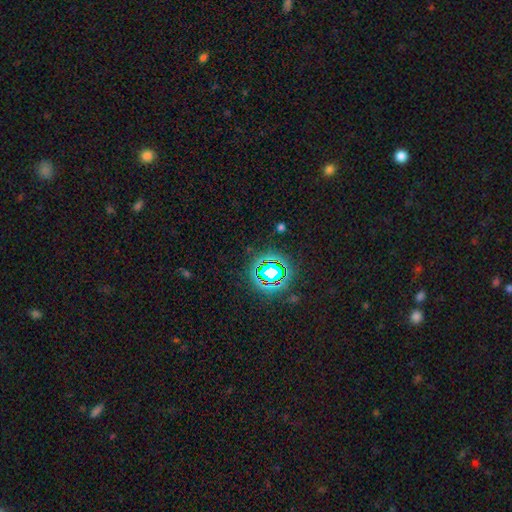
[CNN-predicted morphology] star or artifact 76%, smooth 15%, featured or disk 9%.